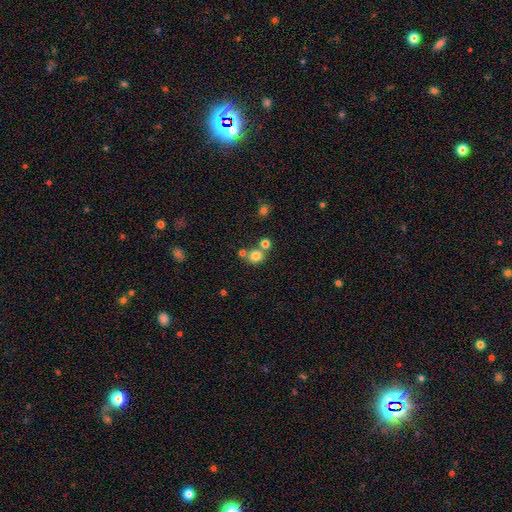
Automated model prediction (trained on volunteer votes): smooth 79%, star or artifact 14%, featured or disk 7%. Down the decision tree: how rounded — round (86%); merging — none (62%).